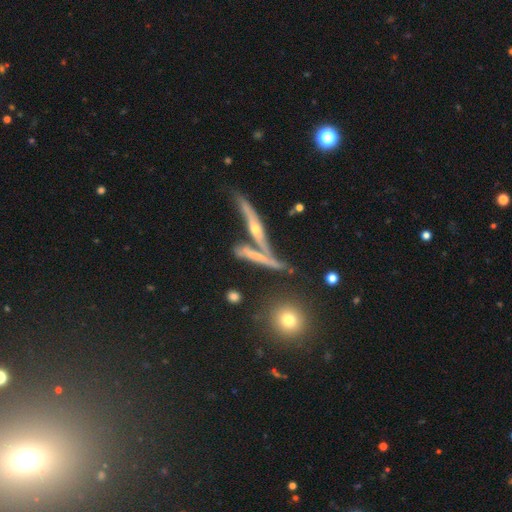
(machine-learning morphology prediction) type=featured or disk (65%); edge-on=yes (83%); edge-on bulge=rounded (58%); merging=none (56%).